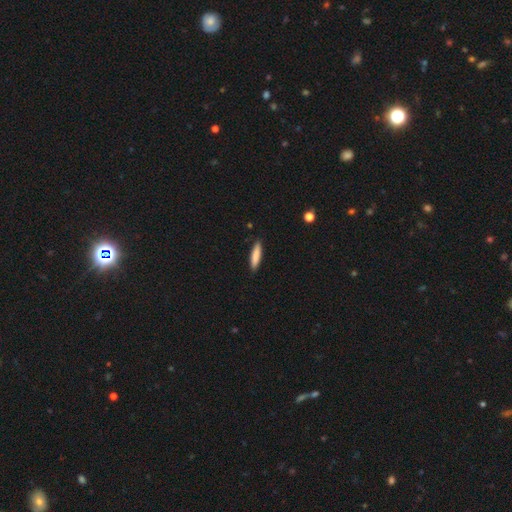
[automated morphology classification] smooth-or-featured: smooth: 84% | featured or disk: 11% | star or artifact: 6%
  how-rounded: cigar-shaped: 83% | in between: 16% | round: 1%
  merging: none: 90% | minor disturbance: 8% | major disturbance: 1% | merger: 1%